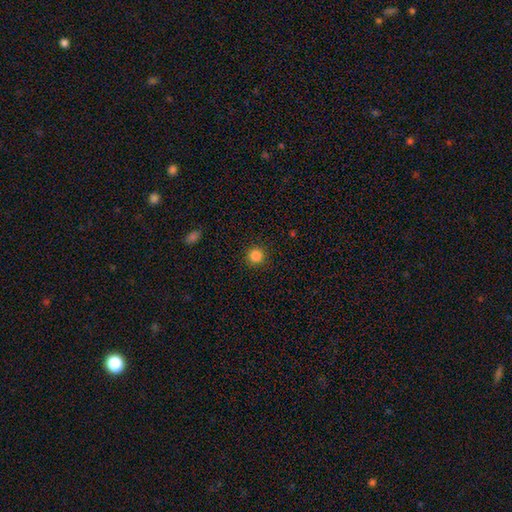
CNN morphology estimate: A smooth galaxy with no disk features (85%) that is round (95%).

Vote fractions:
- Smooth or featured? smooth: 85% / star or artifact: 11% / featured or disk: 4%
- How rounded? round: 95% / in between: 5% / cigar-shaped: 1%
- Merging? none: 91% / minor disturbance: 6% / major disturbance: 2% / merger: 1%